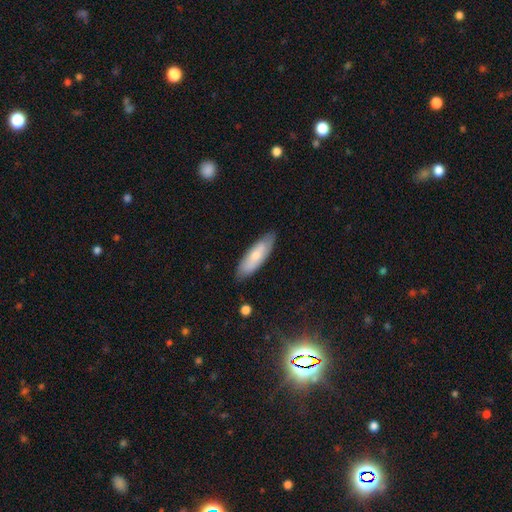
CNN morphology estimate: smooth-or-featured: smooth: 59% | featured or disk: 35% | star or artifact: 6%
  how-rounded: in between: 53% | cigar-shaped: 45% | round: 2%
  merging: none: 81% | minor disturbance: 15% | major disturbance: 3% | merger: 1%